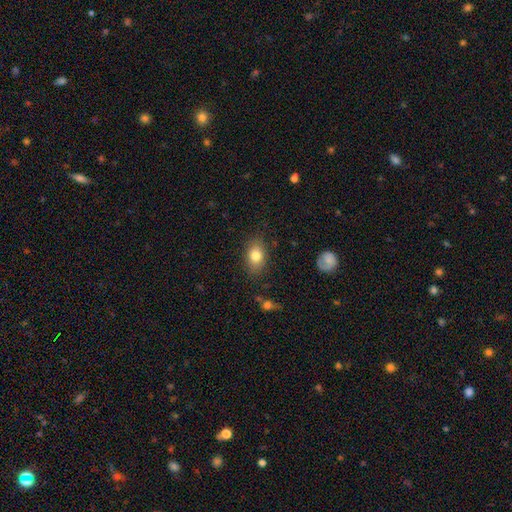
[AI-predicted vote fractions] smooth-or-featured: smooth: 80% | featured or disk: 11% | star or artifact: 8%
  how-rounded: in between: 81% | round: 18% | cigar-shaped: 2%
  merging: none: 83% | minor disturbance: 13% | major disturbance: 3% | merger: 1%